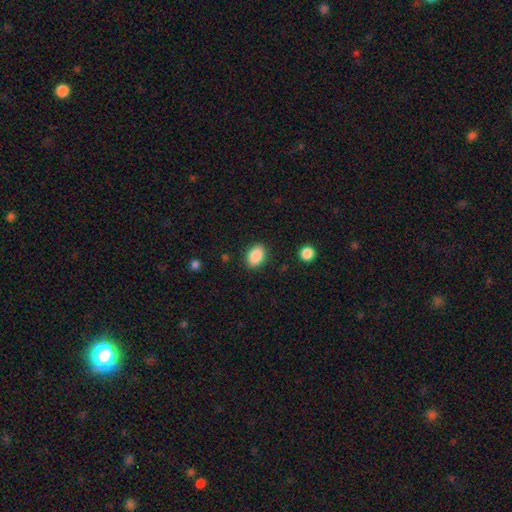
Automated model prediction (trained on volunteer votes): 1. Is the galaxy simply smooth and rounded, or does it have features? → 88% smooth, 8% star or artifact, 4% featured or disk.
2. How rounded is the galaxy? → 85% in between, 14% round, 1% cigar-shaped.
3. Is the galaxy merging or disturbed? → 87% none, 9% minor disturbance, 3% major disturbance, 1% merger.